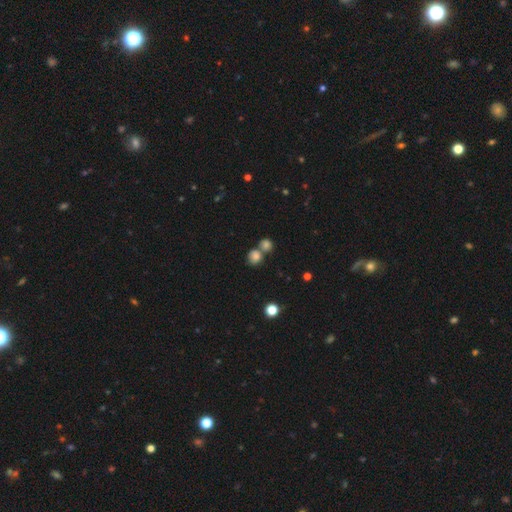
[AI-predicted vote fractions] smooth 80%, star or artifact 12%, featured or disk 8%. Down the decision tree: how rounded — round (79%); merging — none (48%).